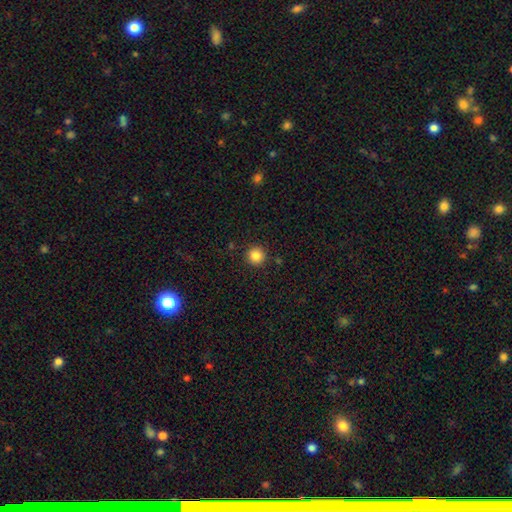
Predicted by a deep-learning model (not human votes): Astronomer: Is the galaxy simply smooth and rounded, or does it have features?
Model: smooth — 86%.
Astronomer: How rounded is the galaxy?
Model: round — 95%.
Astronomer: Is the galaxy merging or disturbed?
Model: none — 90%.